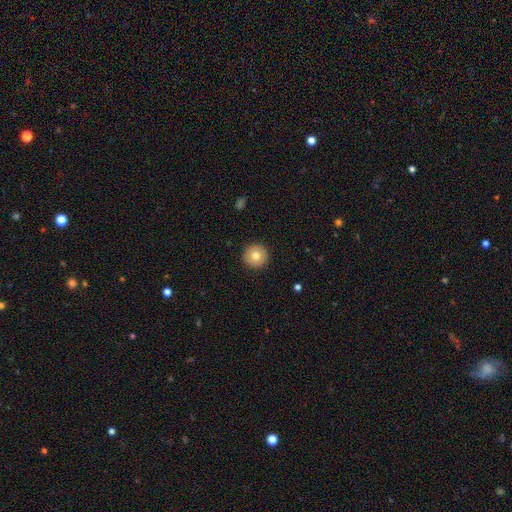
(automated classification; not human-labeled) Morphology: type=smooth (79%); roundness=round (96%); merging=none (93%).